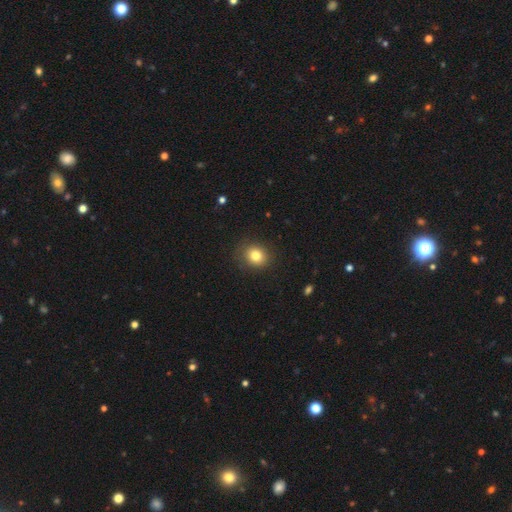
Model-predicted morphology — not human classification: Smooth or featured?
  - smooth: 82% *
  - star or artifact: 11%
  - featured or disk: 7%
How rounded?
  - round: 72% *
  - in between: 27%
  - cigar-shaped: 1%
Merging?
  - none: 87% *
  - minor disturbance: 9%
  - major disturbance: 3%
  - merger: 1%